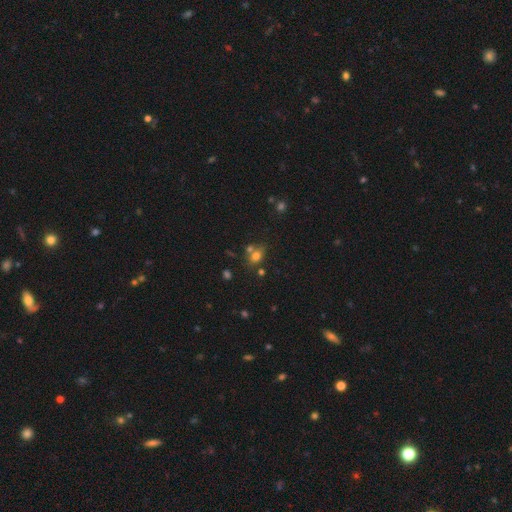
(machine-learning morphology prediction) Smooth or featured? Predicted: smooth (p=0.71). How rounded? Predicted: in between (p=0.57). Merging? Predicted: none (p=0.51).